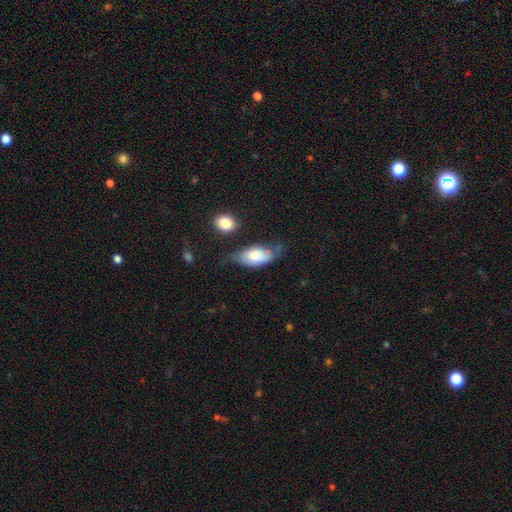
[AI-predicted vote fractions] A smooth galaxy with no disk features (69%) that is in between round and cigar-shaped (90%).

Vote fractions:
- Smooth or featured? smooth: 69% / featured or disk: 24% / star or artifact: 7%
- How rounded? in between: 90% / cigar-shaped: 6% / round: 5%
- Merging? none: 38% / minor disturbance: 37% / major disturbance: 19% / merger: 7%